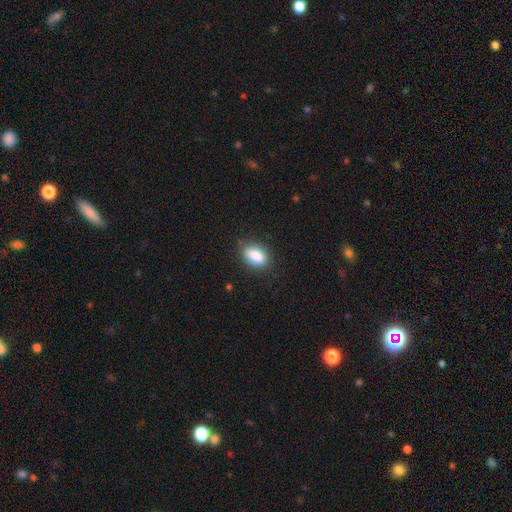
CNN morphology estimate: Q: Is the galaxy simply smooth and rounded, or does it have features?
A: smooth — 87%.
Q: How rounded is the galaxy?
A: in between — 87%.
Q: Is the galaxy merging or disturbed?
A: none — 79%.